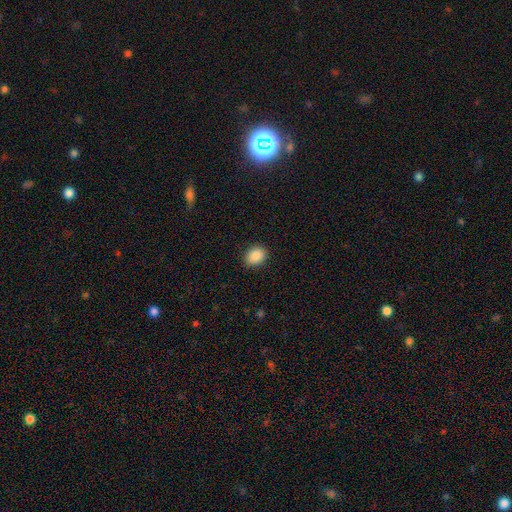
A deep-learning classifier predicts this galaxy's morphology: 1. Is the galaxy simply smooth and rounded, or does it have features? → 88% smooth, 8% star or artifact, 4% featured or disk.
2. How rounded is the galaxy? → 61% in between, 38% round, 1% cigar-shaped.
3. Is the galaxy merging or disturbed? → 87% none, 10% minor disturbance, 2% major disturbance, 1% merger.